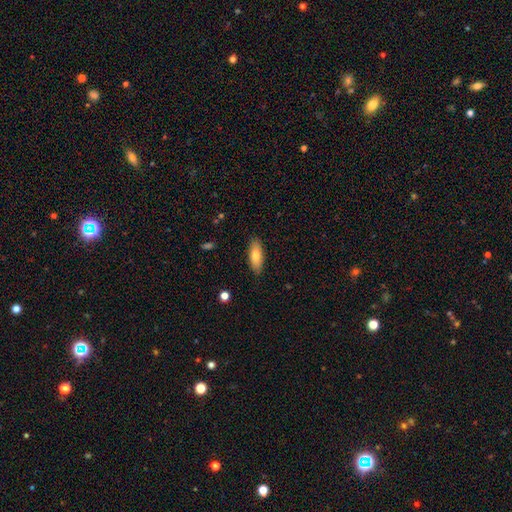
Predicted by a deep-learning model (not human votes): This appears to be a smooth galaxy with no disk features (73%) that is in between round and cigar-shaped (67%). Merging: none (88%).